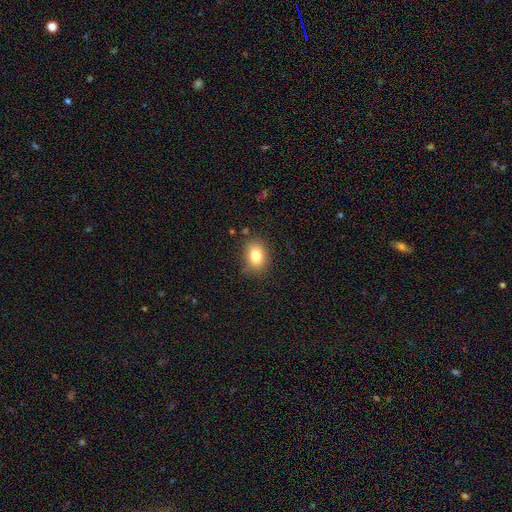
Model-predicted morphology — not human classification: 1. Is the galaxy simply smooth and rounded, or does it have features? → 82% smooth, 9% star or artifact, 9% featured or disk.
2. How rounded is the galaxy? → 67% in between, 32% round, 1% cigar-shaped.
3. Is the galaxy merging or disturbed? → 81% none, 13% minor disturbance, 3% major disturbance, 2% merger.